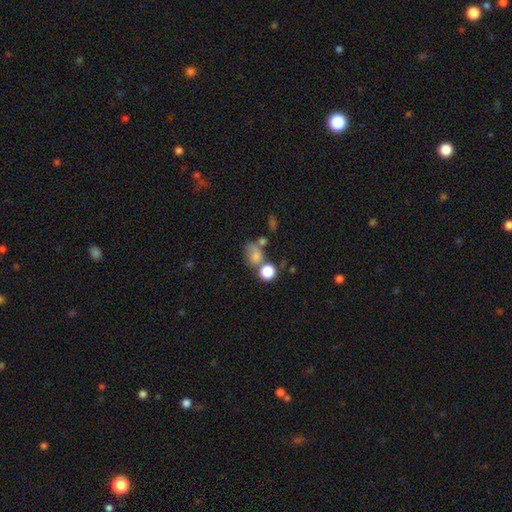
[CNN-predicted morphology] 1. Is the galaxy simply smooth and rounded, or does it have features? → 73% smooth, 15% star or artifact, 12% featured or disk.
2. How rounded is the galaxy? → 53% round, 45% in between, 2% cigar-shaped.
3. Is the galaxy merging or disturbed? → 36% none, 35% merger, 15% minor disturbance, 14% major disturbance.